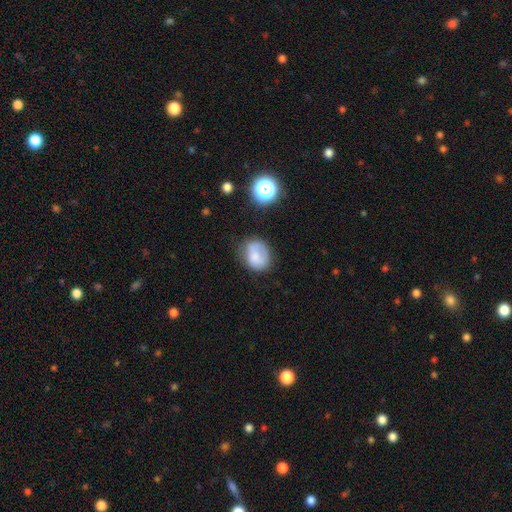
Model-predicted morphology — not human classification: smooth_or_featured: smooth (p=0.70) [alt: featured or disk p=0.20]
how_rounded: round (p=0.57) [alt: in between p=0.42]
merging: none (p=0.54) [alt: minor disturbance p=0.29]